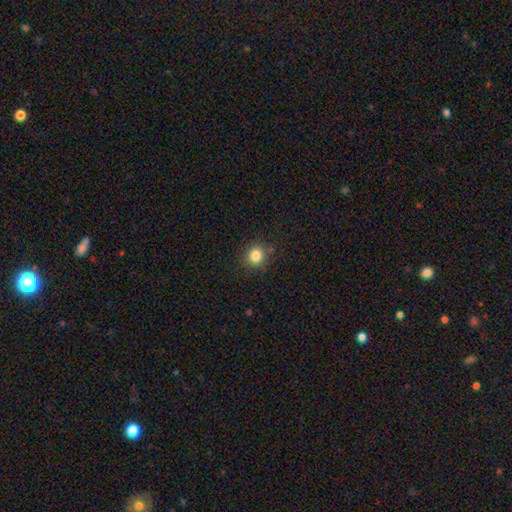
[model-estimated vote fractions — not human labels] Smooth or featured? Predicted: smooth (p=0.83). How rounded? Predicted: round (p=0.86). Merging? Predicted: none (p=0.84).